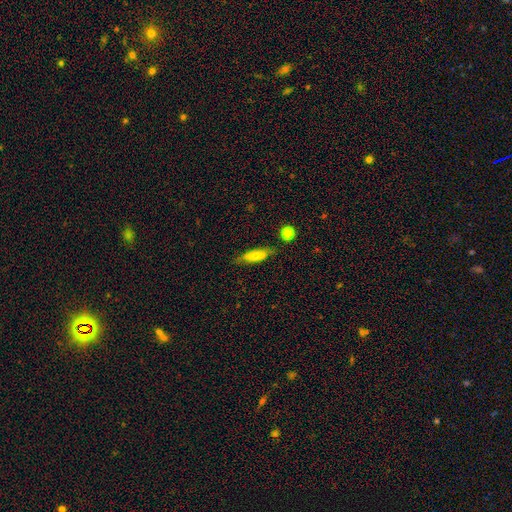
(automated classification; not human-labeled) This appears to be a smooth galaxy with no disk features (72%) that is cigar-shaped (56%). Merging: none (73%).